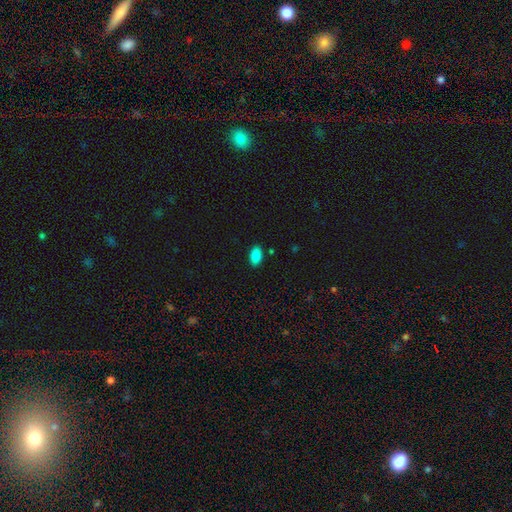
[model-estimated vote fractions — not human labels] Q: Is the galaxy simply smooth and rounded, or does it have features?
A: smooth — 86%.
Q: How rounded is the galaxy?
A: in between — 93%.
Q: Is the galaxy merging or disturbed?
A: none — 88%.